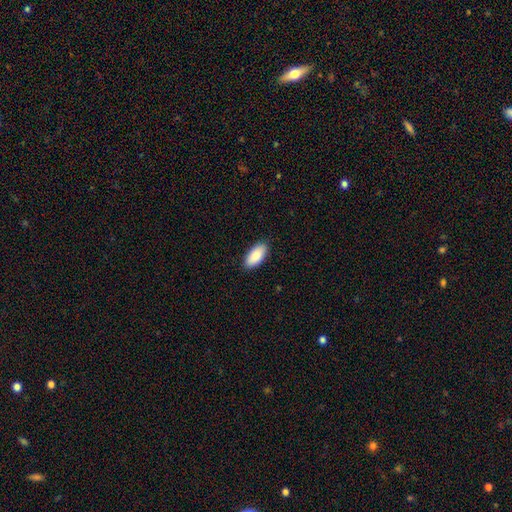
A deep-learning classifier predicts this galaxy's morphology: A smooth galaxy with no disk features (89%) that is in between round and cigar-shaped (92%). Merging: none (89%).